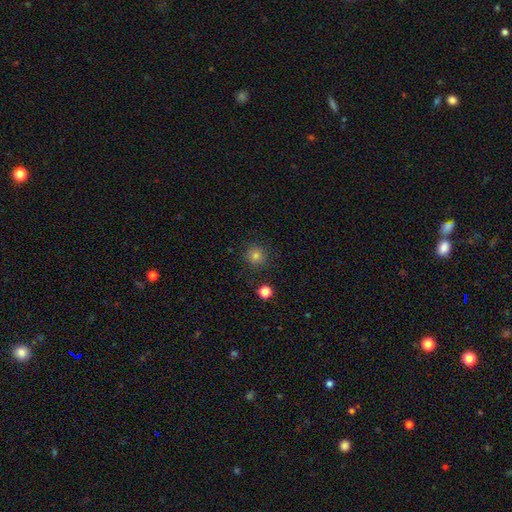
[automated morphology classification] A smooth galaxy with no disk features (80%) that is round (93%).

Vote fractions:
- Smooth or featured? smooth: 80% / star or artifact: 14% / featured or disk: 6%
- How rounded? round: 93% / in between: 6% / cigar-shaped: 1%
- Merging? none: 88% / minor disturbance: 7% / major disturbance: 2% / merger: 2%